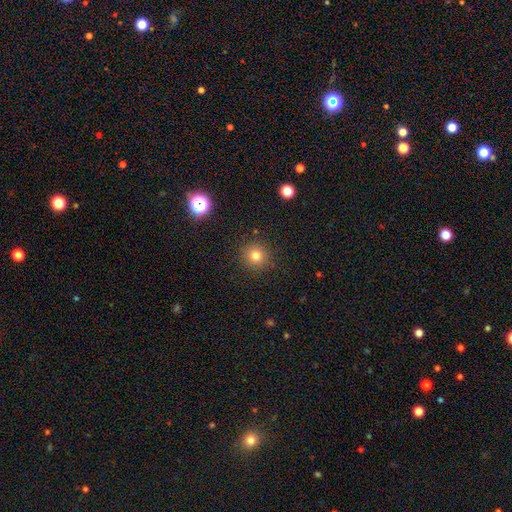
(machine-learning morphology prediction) Overall: smooth (79%). How rounded: round (94%). Merging: none (90%).